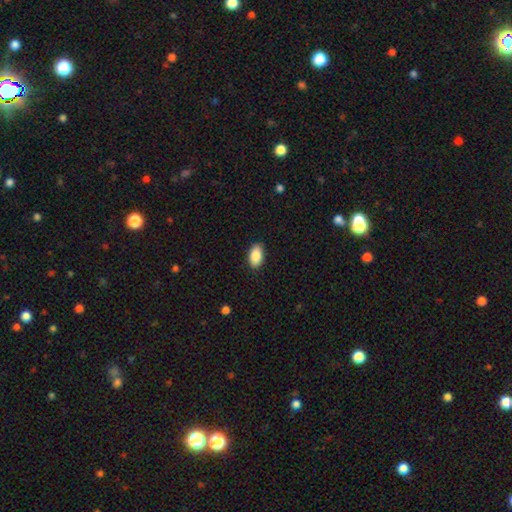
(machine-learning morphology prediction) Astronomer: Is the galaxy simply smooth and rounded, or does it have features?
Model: smooth — 86%.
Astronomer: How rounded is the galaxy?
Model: in between — 93%.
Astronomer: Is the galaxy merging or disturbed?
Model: none — 88%.